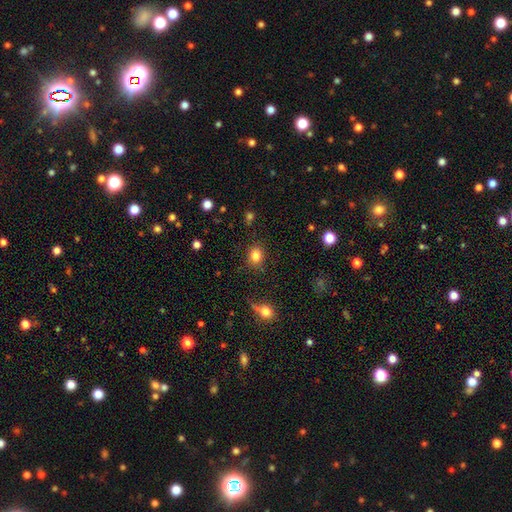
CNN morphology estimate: The model was most divided on "how rounded": round: 57%, in between: 42%, cigar-shaped: 1%. More confident: merging — none (86%); smooth or featured — smooth (83%).